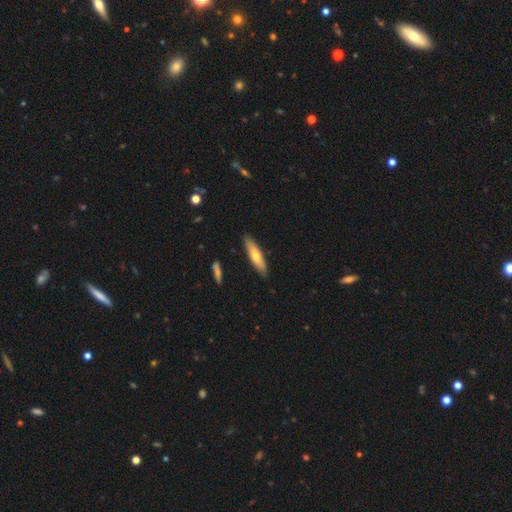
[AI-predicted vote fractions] This appears to be a smooth galaxy with no disk features (63%) that is cigar-shaped (75%). Merging: none (87%).